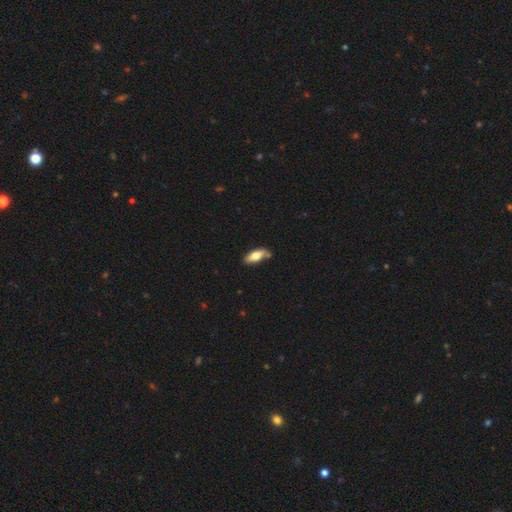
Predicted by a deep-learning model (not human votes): This appears to be a smooth galaxy with no disk features (72%) that is in between round and cigar-shaped (76%). Merging: none (70%).